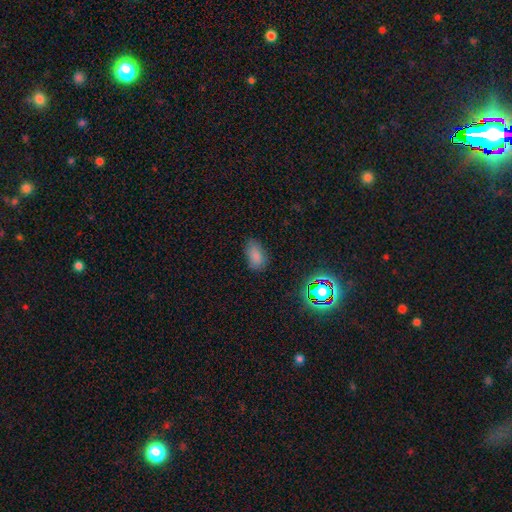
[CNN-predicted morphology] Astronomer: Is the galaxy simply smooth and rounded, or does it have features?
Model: smooth — 79%.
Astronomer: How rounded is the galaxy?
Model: in between — 89%.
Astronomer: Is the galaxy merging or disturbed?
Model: none — 73%.